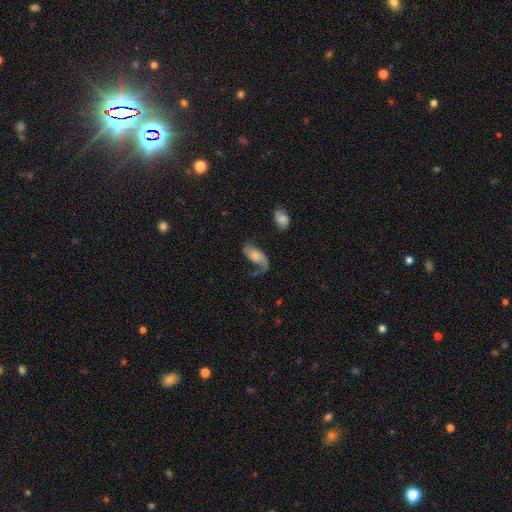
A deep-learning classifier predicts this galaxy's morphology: This appears to be a featured or disk galaxy (68%) with no bar (64%), 1 (48%) loose (66%) spiral arms (90%) and a moderate central bulge (37%). Merging: none (39%).